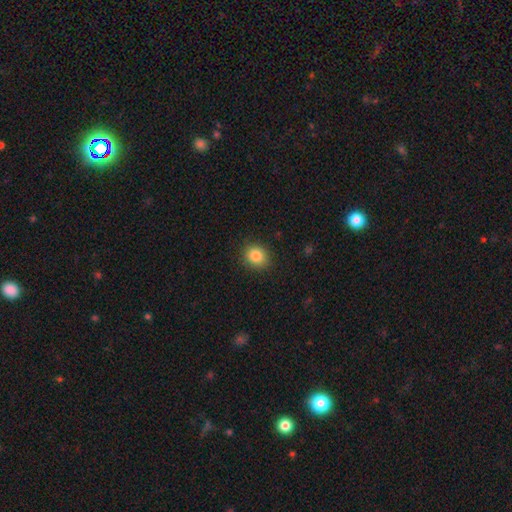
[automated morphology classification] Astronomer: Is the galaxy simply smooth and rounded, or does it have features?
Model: smooth — 86%.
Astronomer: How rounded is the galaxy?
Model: round — 69%.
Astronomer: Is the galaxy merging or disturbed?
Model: none — 88%.